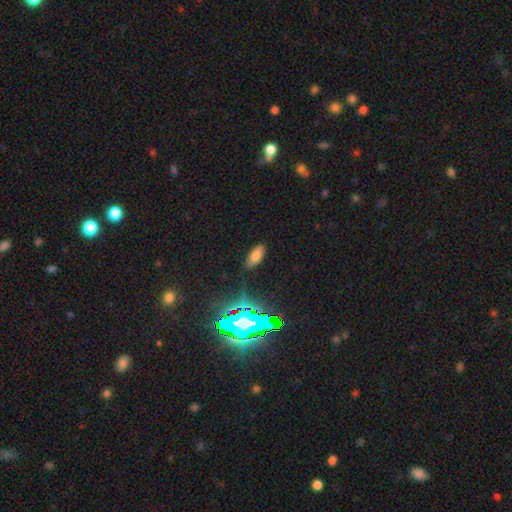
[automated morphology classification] The model was most divided on "smooth or featured": smooth: 71%, star or artifact: 19%, featured or disk: 10%. More confident: merging — none (84%); how rounded — in between (84%).